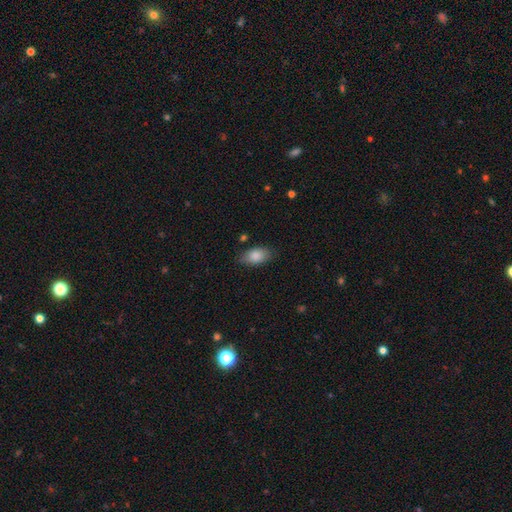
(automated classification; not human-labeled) A smooth galaxy with no disk features (86%) that is in between round and cigar-shaped (91%). Merging: none (81%).